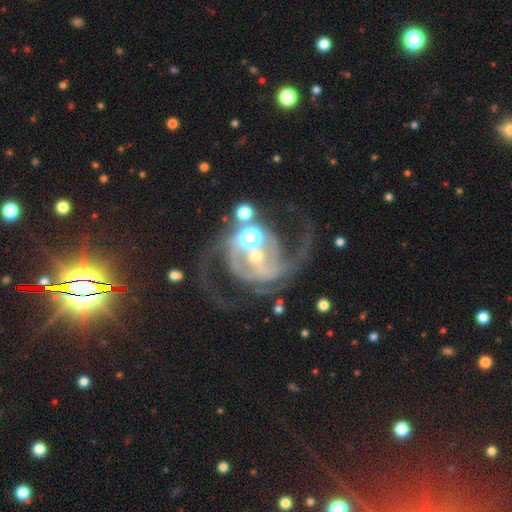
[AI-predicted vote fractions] smooth_or_featured: featured or disk (p=0.83) [alt: star or artifact p=0.09]
disk_edge_on: no (p=0.98) [alt: yes p=0.02]
bar: no (p=0.41) [alt: weak p=0.31]
has_spiral_arms: yes (p=0.92) [alt: no p=0.08]
spiral_winding: medium (p=0.51) [alt: loose p=0.30]
spiral_arm_count: 2 (p=0.71) [alt: 3 p=0.09]
bulge_size: moderate (p=0.43) [alt: small p=0.42]
merging: none (p=0.42) [alt: major disturbance p=0.27]